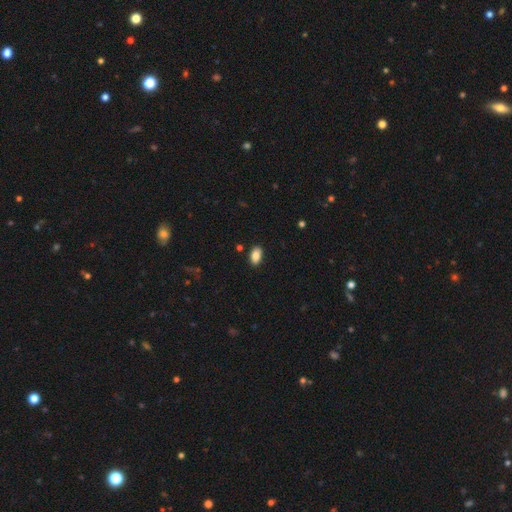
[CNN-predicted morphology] A smooth galaxy with no disk features (86%) that is in between round and cigar-shaped (92%). Merging: none (89%).